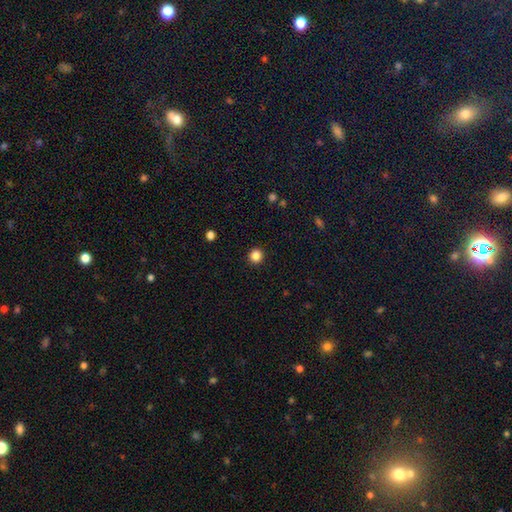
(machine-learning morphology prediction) Overall: smooth (85%). How rounded: round (94%). Merging: none (93%).